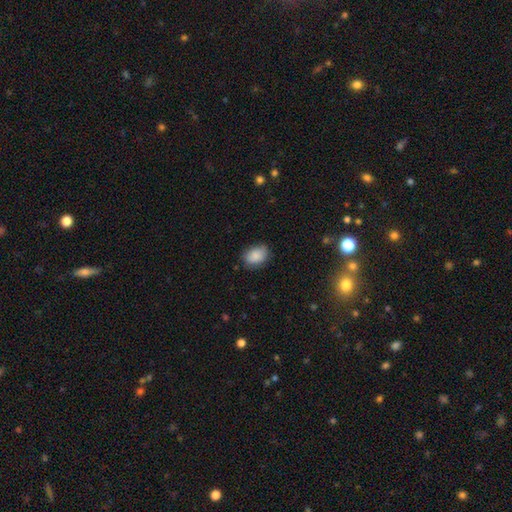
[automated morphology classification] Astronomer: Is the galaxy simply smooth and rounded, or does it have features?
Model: smooth — 88%.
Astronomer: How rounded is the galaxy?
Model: in between — 78%.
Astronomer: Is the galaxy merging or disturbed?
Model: none — 76%.